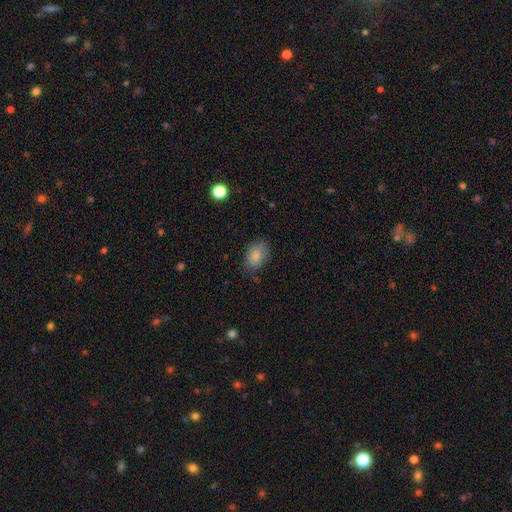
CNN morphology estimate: type=smooth (85%); roundness=in between (81%); merging=none (79%).